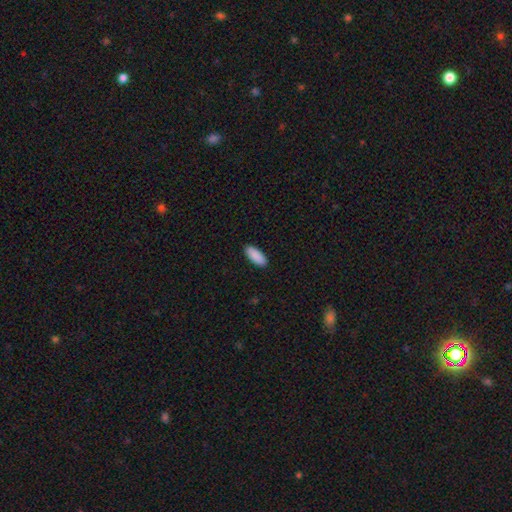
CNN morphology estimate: smooth 91%, star or artifact 6%, featured or disk 3%. Down the decision tree: how rounded — in between (81%); merging — none (91%).